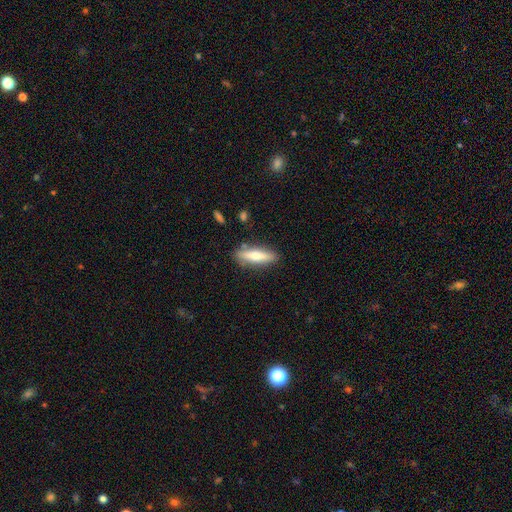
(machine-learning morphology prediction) Smooth or featured?
  - smooth: 63% *
  - featured or disk: 31%
  - star or artifact: 6%
How rounded?
  - cigar-shaped: 68% *
  - in between: 30%
  - round: 2%
Merging?
  - none: 84% *
  - minor disturbance: 11%
  - merger: 3%
  - major disturbance: 2%